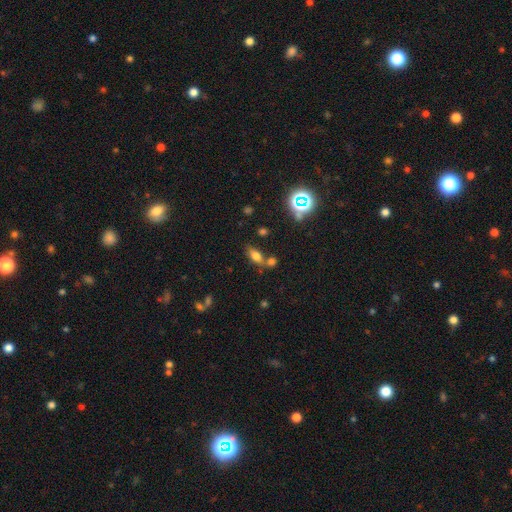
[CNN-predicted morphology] smooth 65%, star or artifact 18%, featured or disk 16%. Down the decision tree: how rounded — in between (78%); merging — none (50%).